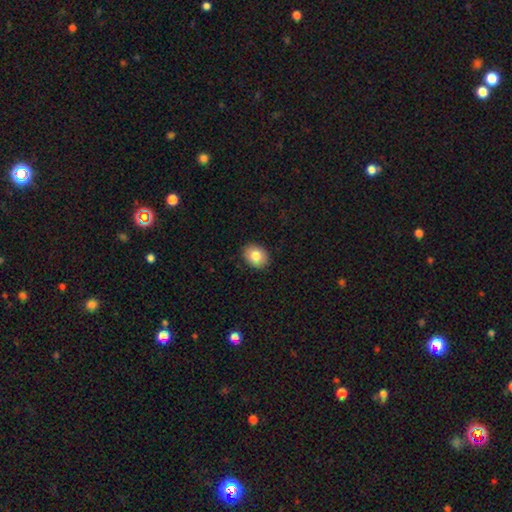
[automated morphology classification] A smooth galaxy with no disk features (82%) that is in between round and cigar-shaped (57%). Merging: none (90%).